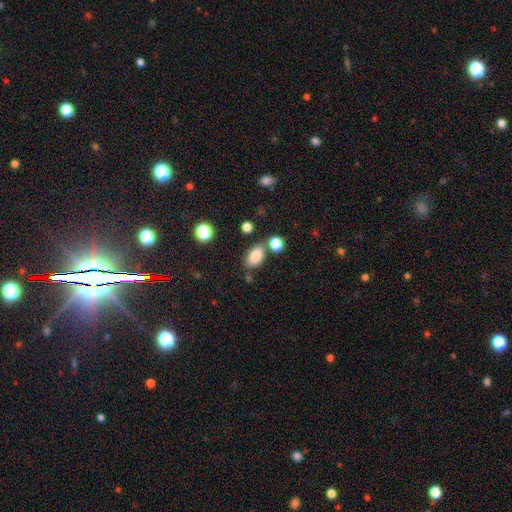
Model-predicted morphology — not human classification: A smooth galaxy with no disk features (84%) that is in between round and cigar-shaped (89%).

Vote fractions:
- Smooth or featured? smooth: 84% / star or artifact: 10% / featured or disk: 6%
- How rounded? in between: 89% / round: 8% / cigar-shaped: 3%
- Merging? none: 68% / merger: 14% / minor disturbance: 14% / major disturbance: 4%